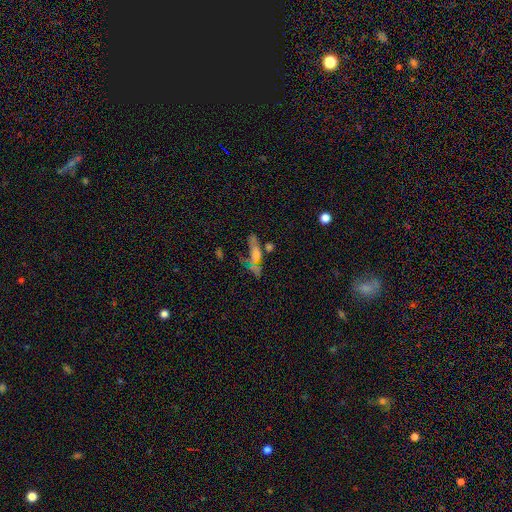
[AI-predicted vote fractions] The model was most divided on "smooth or featured": smooth: 45%, featured or disk: 35%, star or artifact: 20%. Remaining: merging — none (41%).